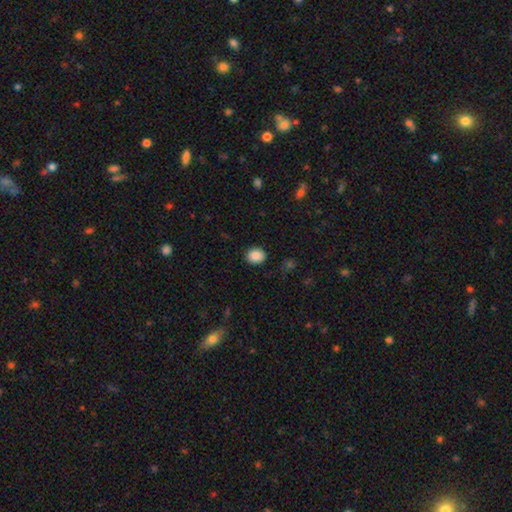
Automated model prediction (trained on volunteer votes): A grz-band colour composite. It shows a smooth galaxy with no disk features (88%) that is round (59%). Merging: none (88%).